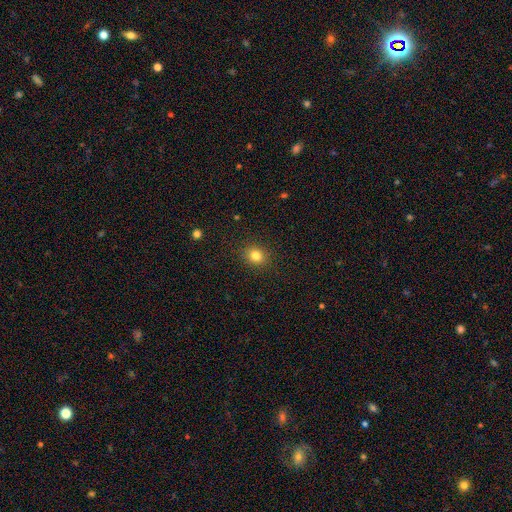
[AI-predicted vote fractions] Q: Smooth or featured?
A: smooth (82%); runner-up: star or artifact (12%)
Q: How rounded?
A: round (69%); runner-up: in between (30%)
Q: Merging?
A: none (90%); runner-up: minor disturbance (7%)